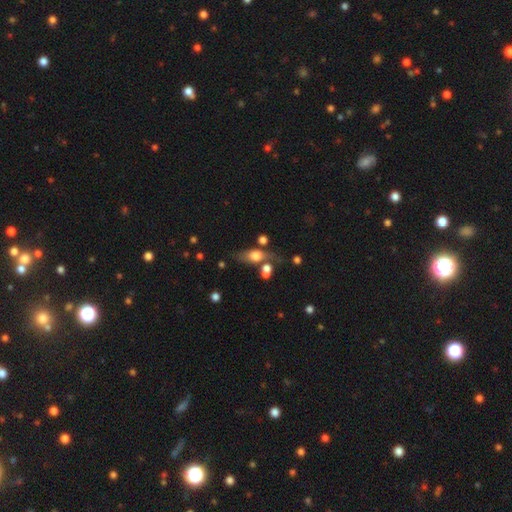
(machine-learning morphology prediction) This appears to be a smooth galaxy with no disk features (62%) that is in between round and cigar-shaped (71%). Merging: none (45%).